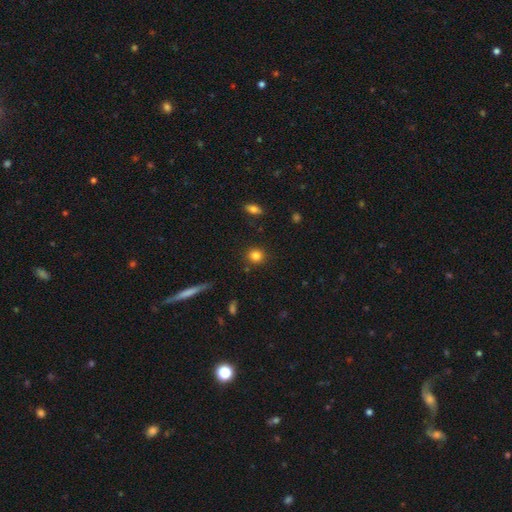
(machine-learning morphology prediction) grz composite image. It shows a smooth galaxy with no disk features (83%) that is round (87%). Merging: none (88%).